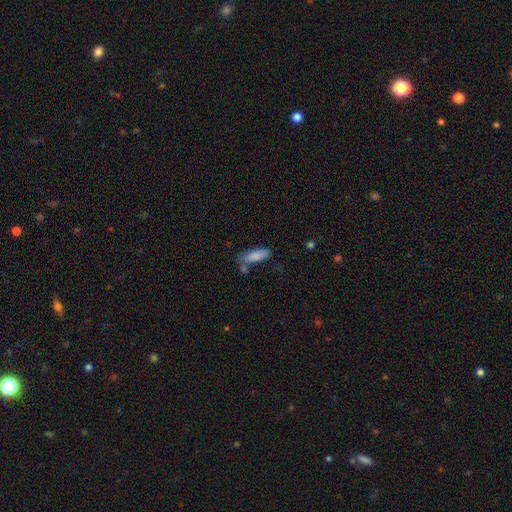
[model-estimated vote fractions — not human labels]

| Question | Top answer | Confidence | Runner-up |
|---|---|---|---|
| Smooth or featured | smooth | 81% | featured or disk (12%) |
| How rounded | in between | 49% | tied: cigar-shaped (49%) |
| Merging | none | 60% | minor disturbance (20%) |